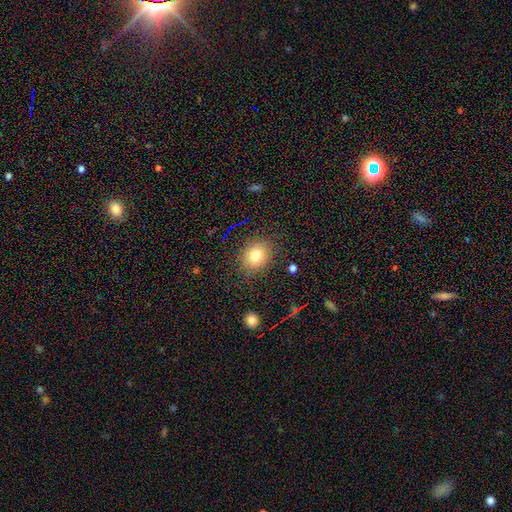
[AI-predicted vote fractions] Smooth or featured: smooth — 78% (star or artifact — 13%)
How rounded: round — 67% (in between — 32%)
Merging: none — 86% (minor disturbance — 10%)